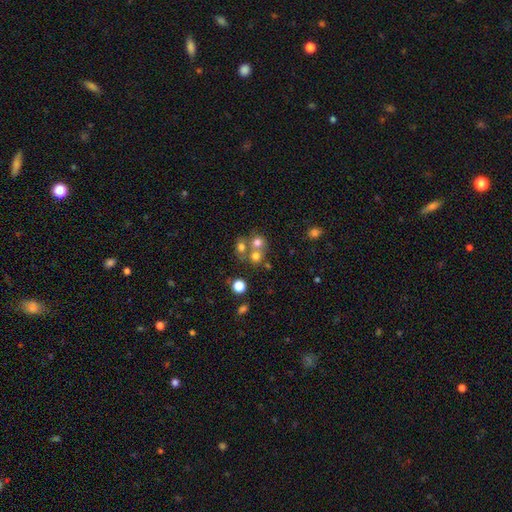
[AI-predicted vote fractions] Q: Smooth or featured?
A: smooth (66%); runner-up: star or artifact (18%)
Q: How rounded?
A: round (82%); runner-up: in between (17%)
Q: Merging?
A: none (45%); runner-up: merger (44%)